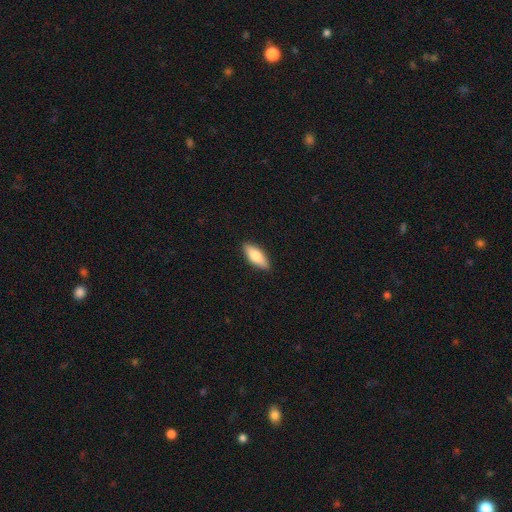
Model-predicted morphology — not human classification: A smooth galaxy with no disk features (72%) that is in between round and cigar-shaped (70%).

Vote fractions:
- Smooth or featured? smooth: 72% / featured or disk: 22% / star or artifact: 6%
- How rounded? in between: 70% / cigar-shaped: 28% / round: 2%
- Merging? none: 89% / minor disturbance: 8% / major disturbance: 2% / merger: 1%